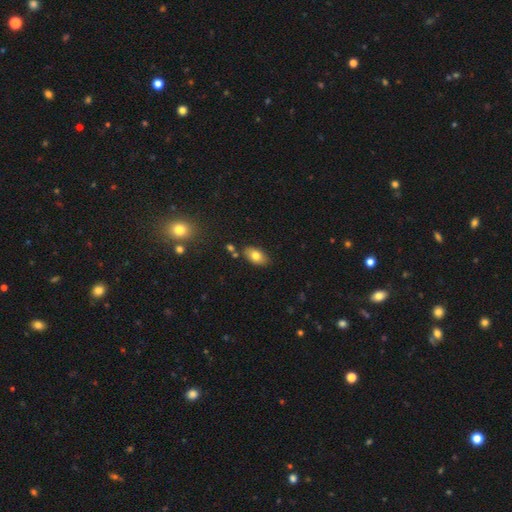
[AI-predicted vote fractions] The model was most divided on "smooth or featured": smooth: 77%, featured or disk: 15%, star or artifact: 8%. More confident: how rounded — in between (91%); merging — none (81%).